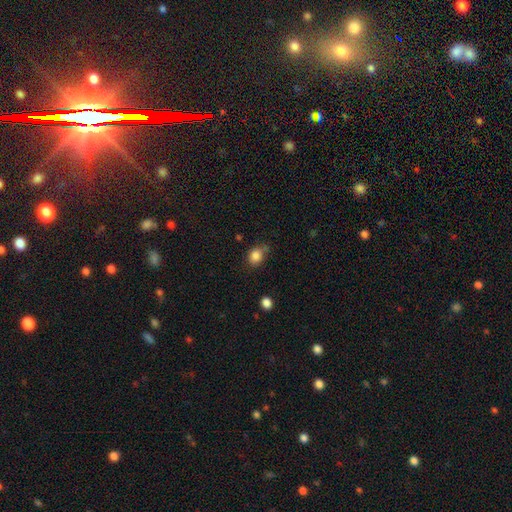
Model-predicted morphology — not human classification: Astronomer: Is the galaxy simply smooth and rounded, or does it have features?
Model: smooth — 84%.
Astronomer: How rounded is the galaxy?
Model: round — 55% (runner-up: in between, 44%).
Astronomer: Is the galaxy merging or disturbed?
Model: none — 59%.